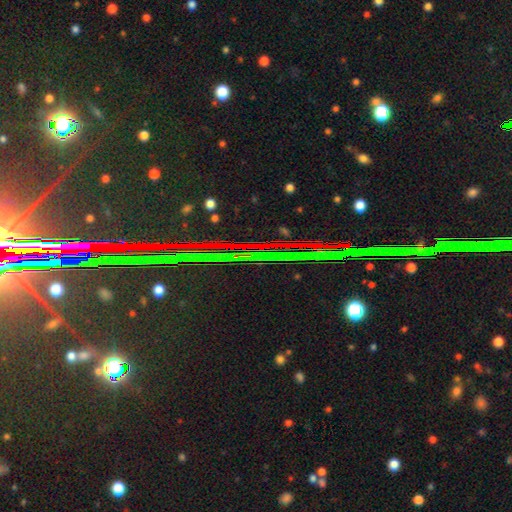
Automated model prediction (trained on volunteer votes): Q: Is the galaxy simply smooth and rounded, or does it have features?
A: star or artifact — 86%.